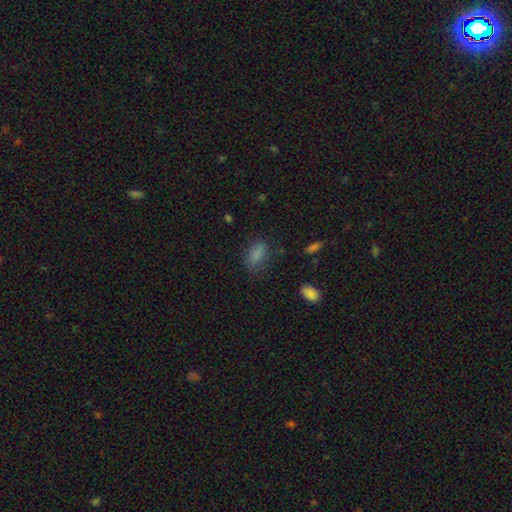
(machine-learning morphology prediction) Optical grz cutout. It shows a smooth galaxy with no disk features (82%) that is in between round and cigar-shaped (88%). Merging: none (71%).